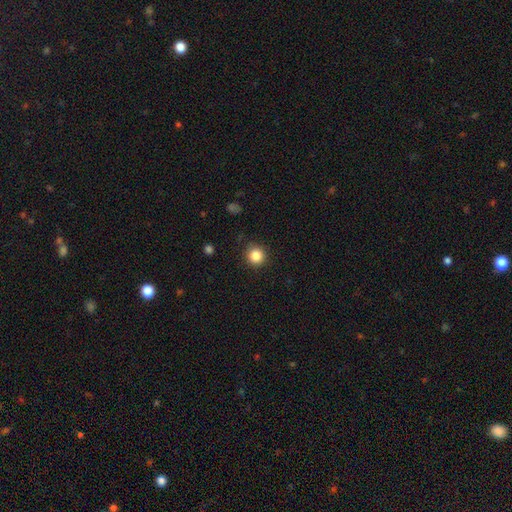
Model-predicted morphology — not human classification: Q: Smooth or featured?
A: smooth (85%); runner-up: star or artifact (10%)
Q: How rounded?
A: round (94%); runner-up: in between (5%)
Q: Merging?
A: none (90%); runner-up: minor disturbance (7%)